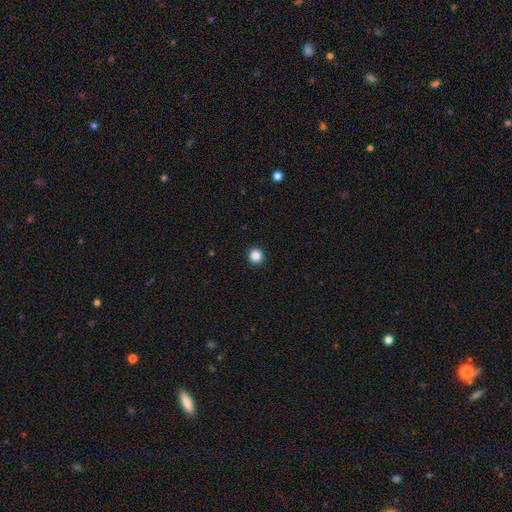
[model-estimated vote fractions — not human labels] smooth_or_featured: smooth (p=0.87) [alt: star or artifact p=0.10]
how_rounded: round (p=0.92) [alt: in between p=0.07]
merging: none (p=0.93) [alt: minor disturbance p=0.04]